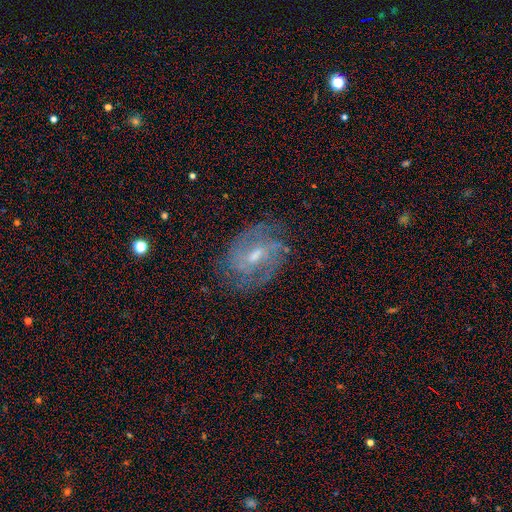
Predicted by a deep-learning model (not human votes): Q: Smooth or featured?
A: featured or disk (79%); runner-up: star or artifact (11%)
Q: Edge-on disk?
A: no (96%); runner-up: yes (4%)
Q: Bar?
A: weak (52%); runner-up: strong (25%)
Q: Spiral arms?
A: yes (95%); runner-up: no (5%)
Q: Spiral winding?
A: tight (44%); runner-up: medium (43%)
Q: Spiral arm count?
A: 2 (52%); runner-up: can't tell (19%)
Q: Bulge size?
A: moderate (51%); runner-up: small (42%)
Q: Merging?
A: none (78%); runner-up: minor disturbance (15%)